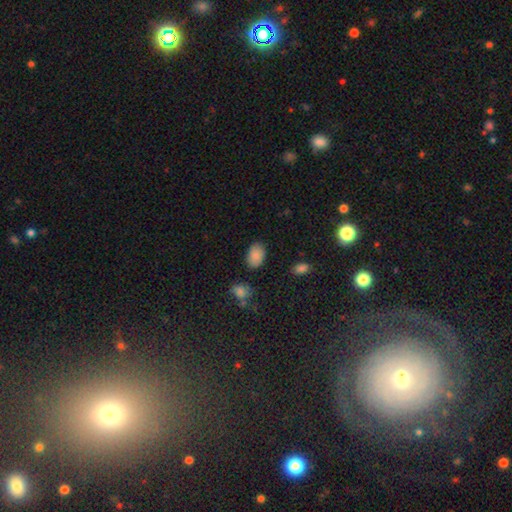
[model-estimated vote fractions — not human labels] Smooth or featured?
  - smooth: 87% *
  - star or artifact: 8%
  - featured or disk: 5%
How rounded?
  - in between: 86% *
  - round: 13%
  - cigar-shaped: 1%
Merging?
  - none: 82% *
  - minor disturbance: 12%
  - major disturbance: 3%
  - merger: 2%